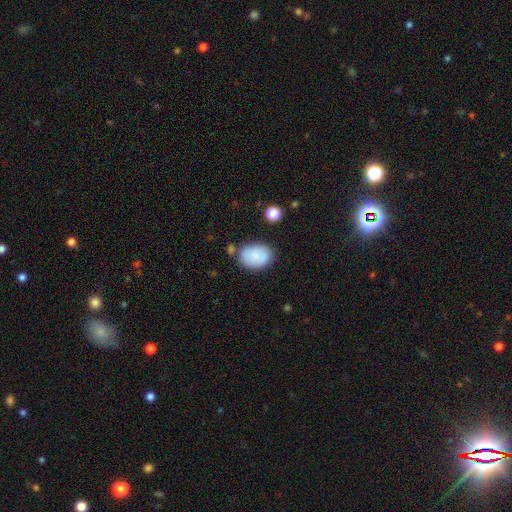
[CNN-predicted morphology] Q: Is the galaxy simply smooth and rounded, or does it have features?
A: smooth — 85%.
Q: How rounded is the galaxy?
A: in between — 77%.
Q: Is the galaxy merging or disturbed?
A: none — 73%.